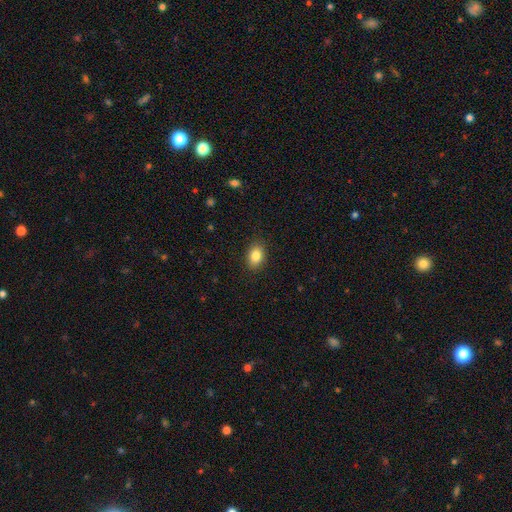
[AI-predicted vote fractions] Smooth or featured? Predicted: smooth (p=0.85). How rounded? Predicted: in between (p=0.81). Merging? Predicted: none (p=0.88).